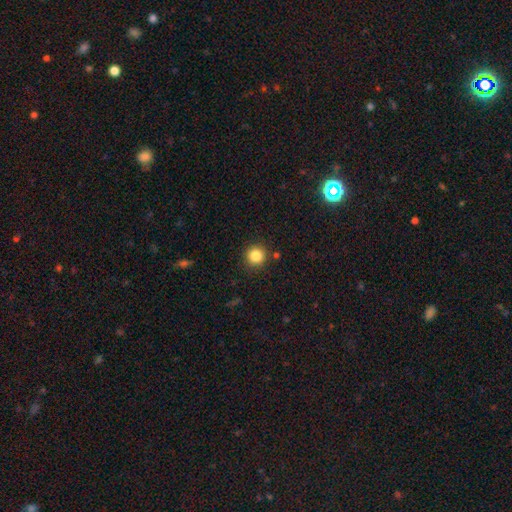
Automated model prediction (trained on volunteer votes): Smooth or featured? Predicted: smooth (p=0.85). How rounded? Predicted: round (p=0.94). Merging? Predicted: none (p=0.88).